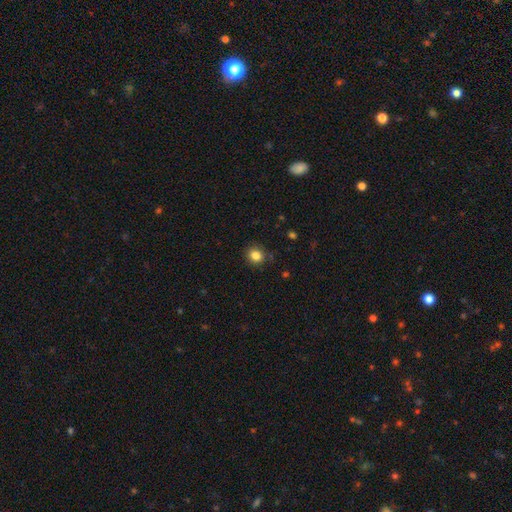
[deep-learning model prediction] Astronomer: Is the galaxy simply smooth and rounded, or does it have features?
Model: smooth — 84%.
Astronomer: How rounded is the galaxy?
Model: round — 74%.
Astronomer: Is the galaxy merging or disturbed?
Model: none — 85%.